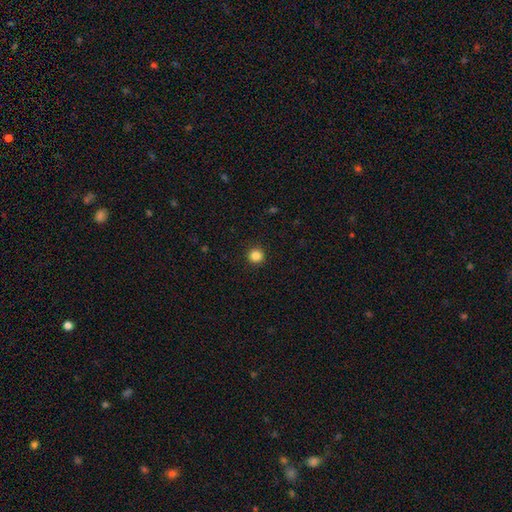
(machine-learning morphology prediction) smooth_or_featured: smooth (p=0.85) [alt: star or artifact p=0.11]
how_rounded: round (p=0.96) [alt: in between p=0.03]
merging: none (p=0.93) [alt: minor disturbance p=0.04]